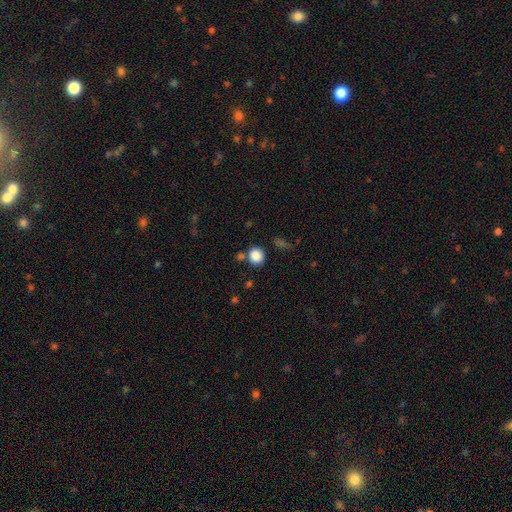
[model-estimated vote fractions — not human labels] Overall: smooth (86%). How rounded: round (83%). Merging: none (75%).